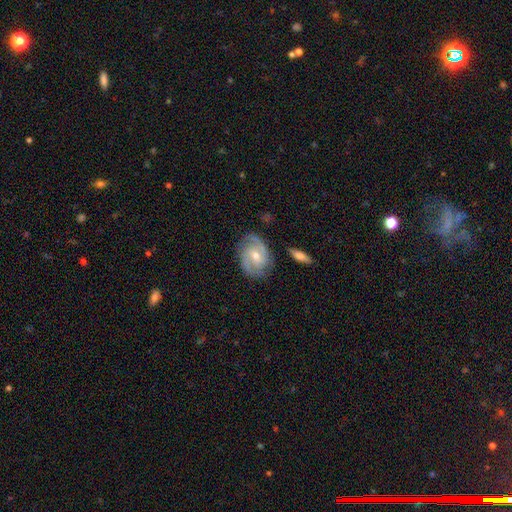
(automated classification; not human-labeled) This is clearly a featured or disk galaxy (84%). It is clearly not viewed edge-on (97%). Bar: possibly weak (48%). Spiral arm pattern: clearly yes (96%). Spiral arm count: likely 2 (76%). Spiral winding: marginally medium (45%). Central bulge: possibly moderate (56%). Merging: likely none (79%).